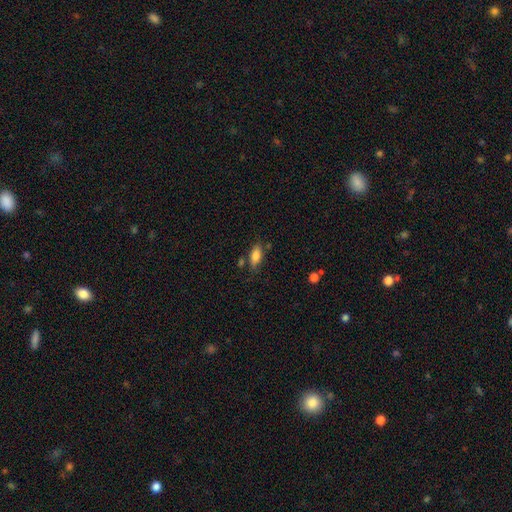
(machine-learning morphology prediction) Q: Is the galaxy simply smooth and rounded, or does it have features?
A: smooth — 80%.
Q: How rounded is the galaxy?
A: in between — 81%.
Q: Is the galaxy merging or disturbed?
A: none — 70%.